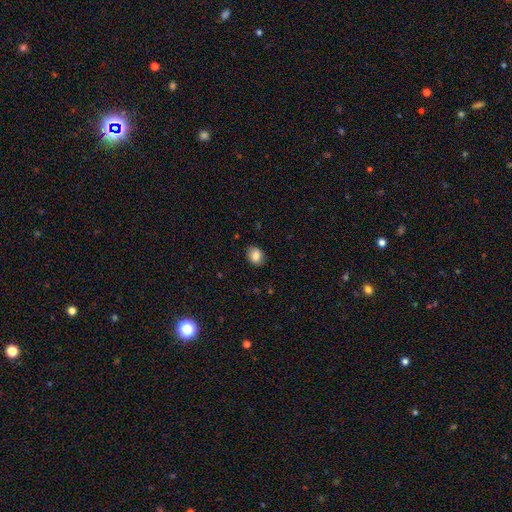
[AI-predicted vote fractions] The model was most divided on "how rounded": in between: 50%, round: 49%, cigar-shaped: 1%. More confident: merging — none (84%); smooth or featured — smooth (84%).